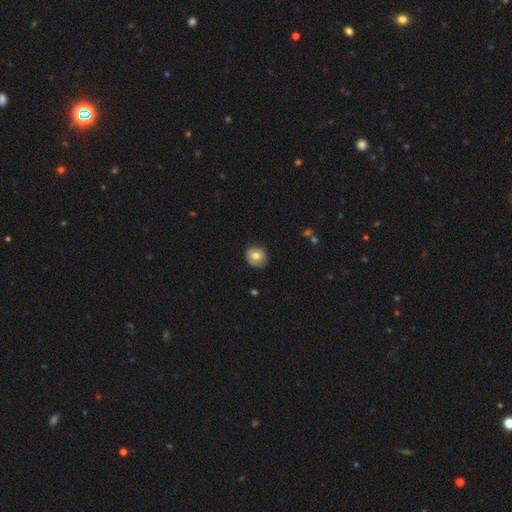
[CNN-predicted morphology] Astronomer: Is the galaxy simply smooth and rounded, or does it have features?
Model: smooth — 71%.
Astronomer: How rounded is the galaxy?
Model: round — 77%.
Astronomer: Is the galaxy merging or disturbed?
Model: none — 79%.